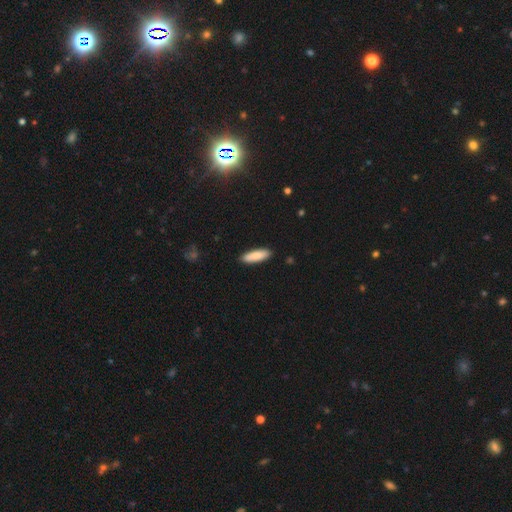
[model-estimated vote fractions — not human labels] The model was most divided on "how rounded": cigar-shaped: 55%, in between: 44%, round: 2%. More confident: merging — none (90%); smooth or featured — smooth (86%).